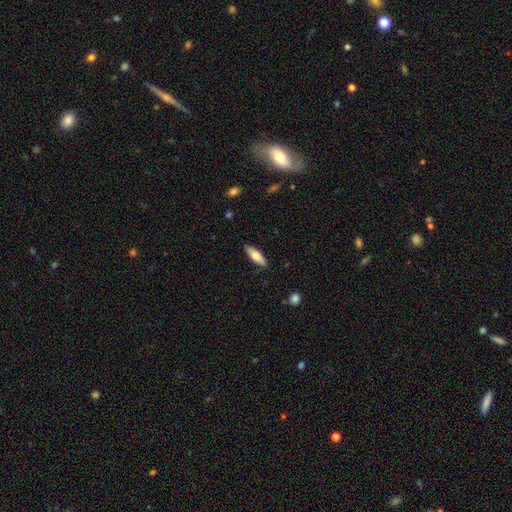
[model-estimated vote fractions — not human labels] smooth_or_featured: smooth (p=0.68) [alt: featured or disk p=0.26]
how_rounded: in between (p=0.50) [alt: cigar-shaped p=0.48]
merging: none (p=0.87) [alt: minor disturbance p=0.10]